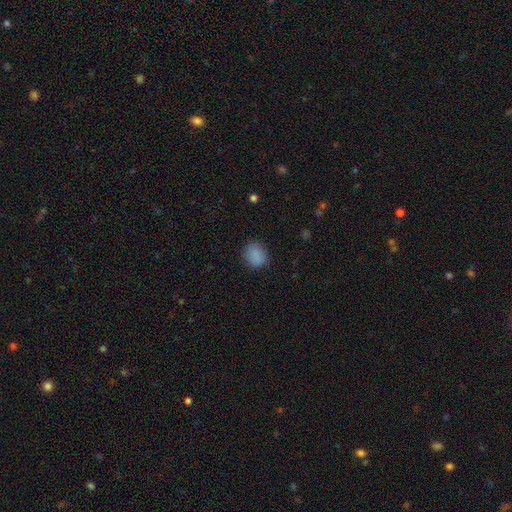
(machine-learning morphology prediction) Smooth or featured? smooth (86%)
How rounded? round (68%)
Merging? none (83%)